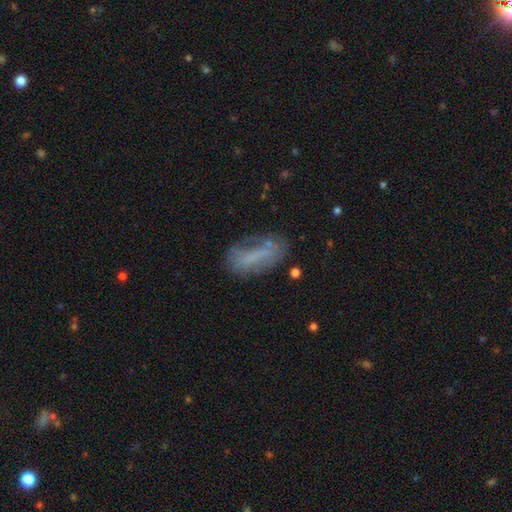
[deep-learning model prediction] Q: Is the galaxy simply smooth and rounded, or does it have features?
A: smooth — 54%.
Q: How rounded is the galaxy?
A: in between — 67%.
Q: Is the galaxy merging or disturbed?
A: none — 56%.